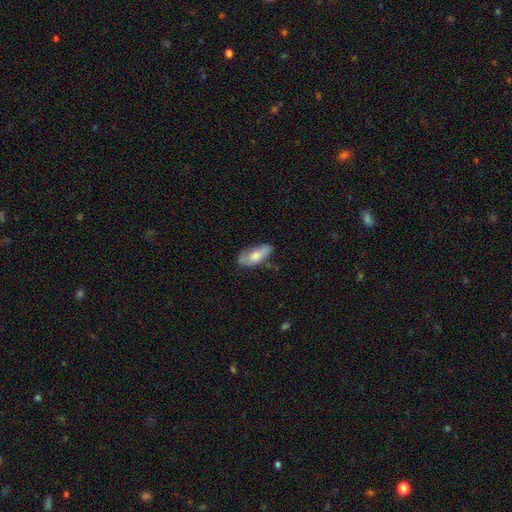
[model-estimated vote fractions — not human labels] smooth 61%, featured or disk 32%, star or artifact 7%. Down the decision tree: how rounded — in between (80%); merging — none (53%).